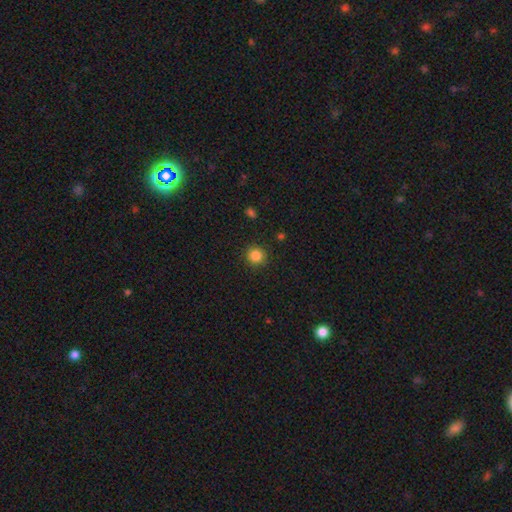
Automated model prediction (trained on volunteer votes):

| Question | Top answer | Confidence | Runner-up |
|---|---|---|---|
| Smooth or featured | smooth | 85% | star or artifact (11%) |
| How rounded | round | 94% | in between (6%) |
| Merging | none | 91% | minor disturbance (6%) |